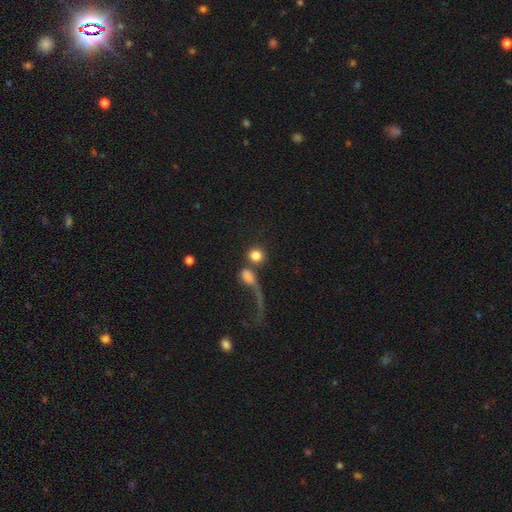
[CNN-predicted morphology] A smooth galaxy with no disk features (80%) that is round (86%).

Vote fractions:
- Smooth or featured? smooth: 80% / featured or disk: 11% / star or artifact: 9%
- How rounded? round: 86% / in between: 12% / cigar-shaped: 2%
- Merging? none: 50% / merger: 30% / major disturbance: 12% / minor disturbance: 8%